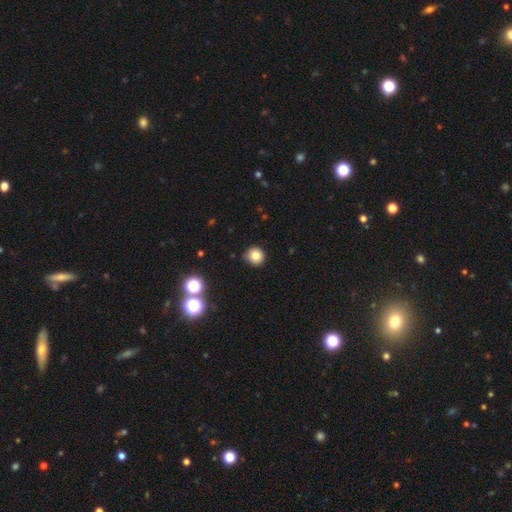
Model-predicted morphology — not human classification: smooth 81%, star or artifact 13%, featured or disk 7%. Down the decision tree: how rounded — round (91%); merging — none (82%).